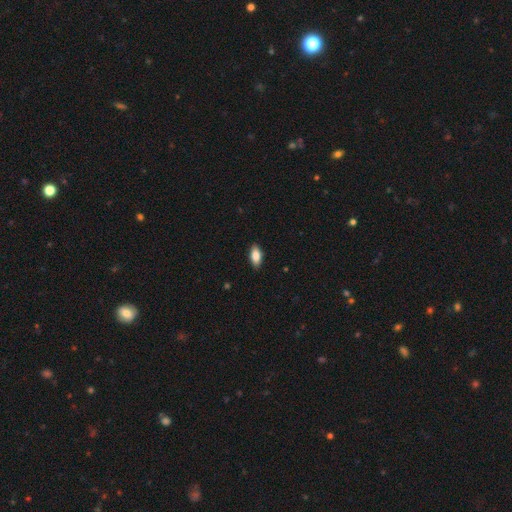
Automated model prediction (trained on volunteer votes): This appears to be a smooth galaxy with no disk features (84%) that is in between round and cigar-shaped (89%). Merging: none (88%).